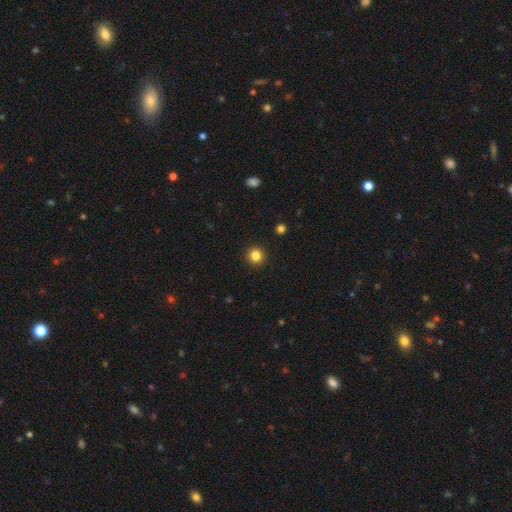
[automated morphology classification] smooth_or_featured: smooth (p=0.84) [alt: star or artifact p=0.12]
how_rounded: round (p=0.95) [alt: in between p=0.04]
merging: none (p=0.93) [alt: minor disturbance p=0.04]